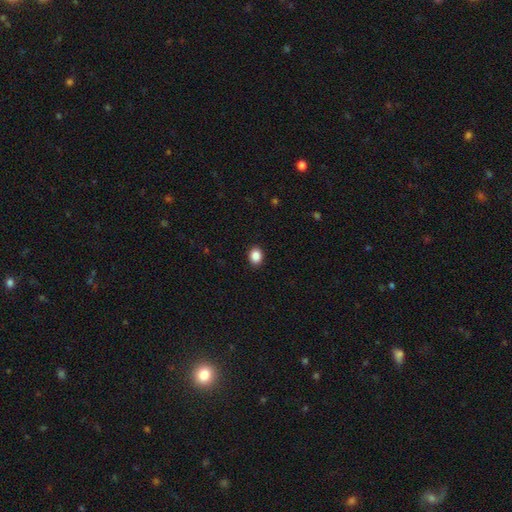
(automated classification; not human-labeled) This appears to be a smooth galaxy with no disk features (88%) that is in between round and cigar-shaped (51%). Merging: none (91%).